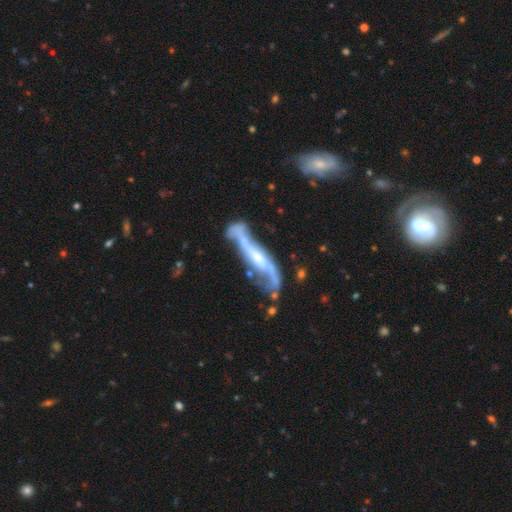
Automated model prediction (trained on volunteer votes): featured or disk 85%, smooth 9%, star or artifact 6%. Down the decision tree: edge-on disk — no (70%); bar — strong (34%, tied with weak); spiral arms — yes (93%); spiral arm count — 2 (86%); spiral winding — loose (51%); bulge size — small (49%); merging — none (56%).